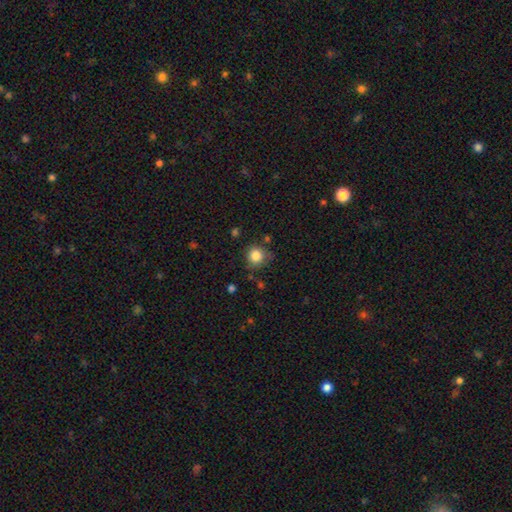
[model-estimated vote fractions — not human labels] Smooth or featured? smooth (83%)
How rounded? round (88%)
Merging? none (71%)